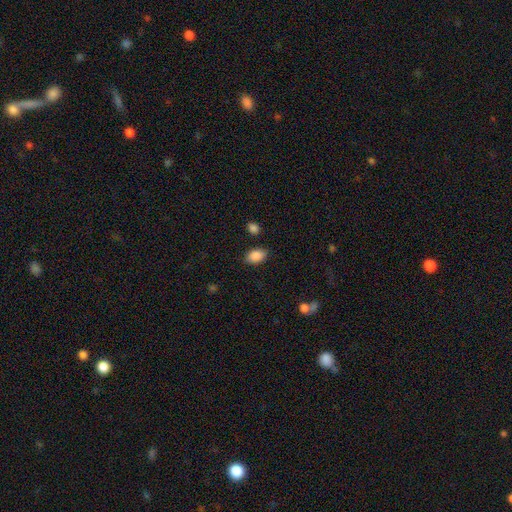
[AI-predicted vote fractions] smooth-or-featured: smooth: 88% | star or artifact: 8% | featured or disk: 5%
  how-rounded: in between: 87% | round: 11% | cigar-shaped: 1%
  merging: none: 83% | minor disturbance: 11% | major disturbance: 3% | merger: 3%